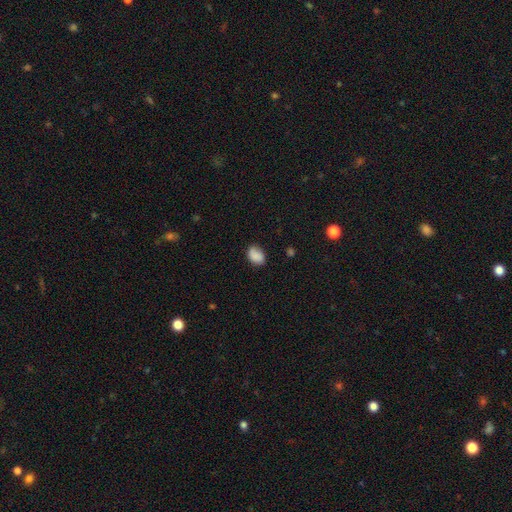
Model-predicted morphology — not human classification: This is clearly a smooth galaxy (86%). How rounded: likely in between (78%). Merging: likely none (73%).